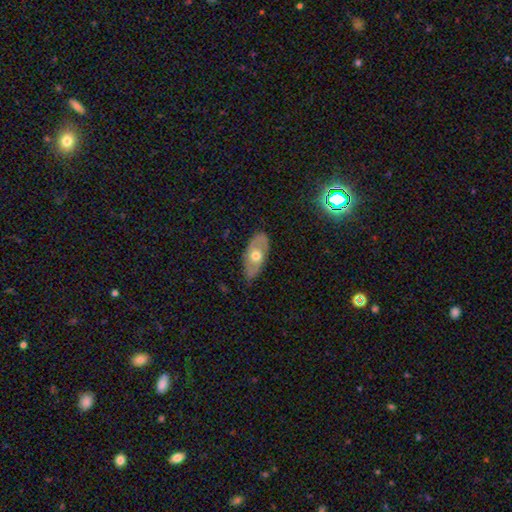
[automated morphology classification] Smooth or featured?
  - featured or disk: 48% *
  - smooth: 46%
  - star or artifact: 6%
Merging?
  - none: 76% *
  - minor disturbance: 19%
  - major disturbance: 4%
  - merger: 1%